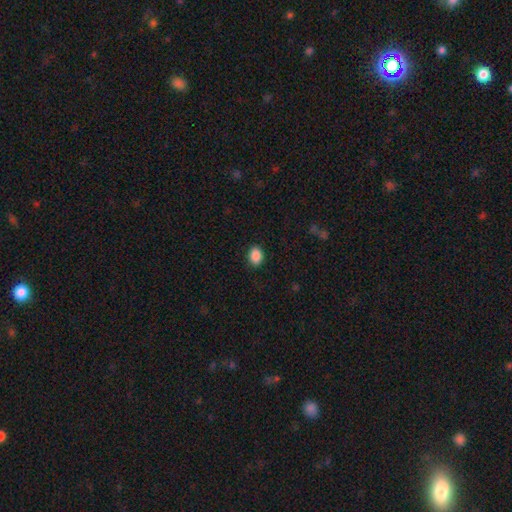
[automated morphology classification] Smooth or featured: smooth — 89% (star or artifact — 8%)
How rounded: in between — 65% (round — 34%)
Merging: none — 89% (minor disturbance — 8%)